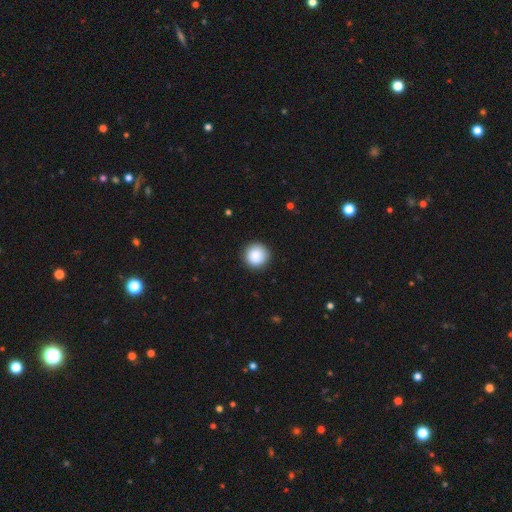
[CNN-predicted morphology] Smooth or featured: smooth — 88% (star or artifact — 8%)
How rounded: round — 96% (in between — 3%)
Merging: none — 92% (minor disturbance — 6%)